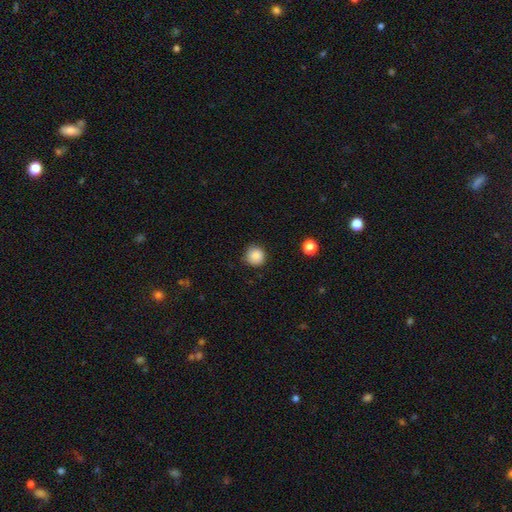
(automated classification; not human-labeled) Smooth or featured: smooth — 86% (star or artifact — 10%)
How rounded: round — 92% (in between — 7%)
Merging: none — 82% (minor disturbance — 14%)